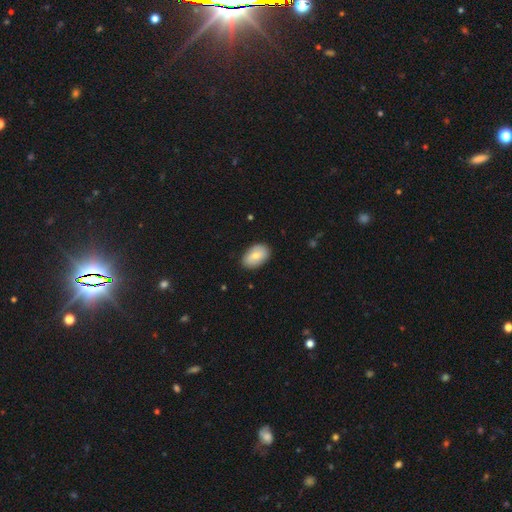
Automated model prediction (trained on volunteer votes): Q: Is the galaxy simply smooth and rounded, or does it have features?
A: smooth — 74%.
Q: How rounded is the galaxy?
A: in between — 92%.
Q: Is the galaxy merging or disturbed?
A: none — 85%.